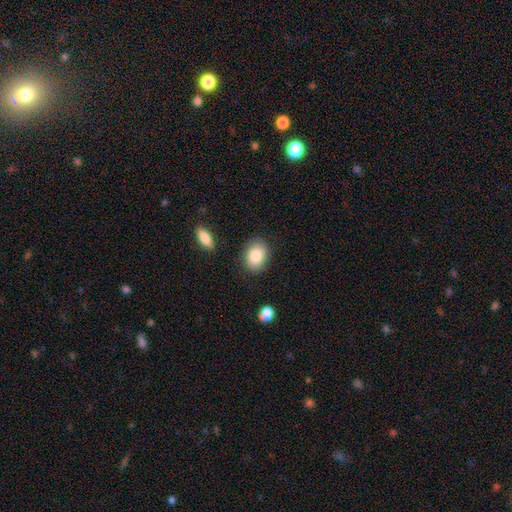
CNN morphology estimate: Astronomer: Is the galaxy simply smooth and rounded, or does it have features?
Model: smooth — 86%.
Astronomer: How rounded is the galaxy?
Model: in between — 73%.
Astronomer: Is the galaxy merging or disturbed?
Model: none — 83%.